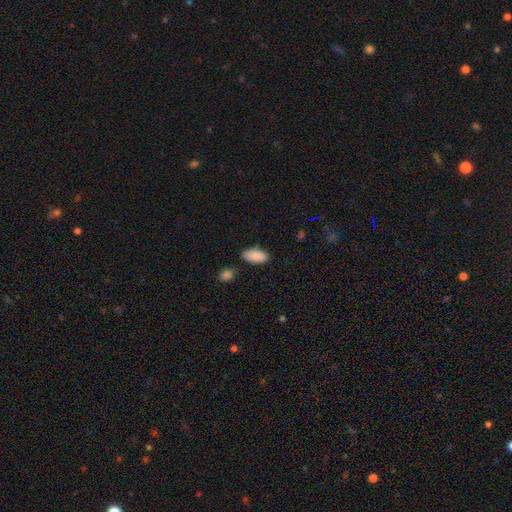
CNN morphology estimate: Smooth or featured? smooth (89%)
How rounded? in between (91%)
Merging? none (78%)